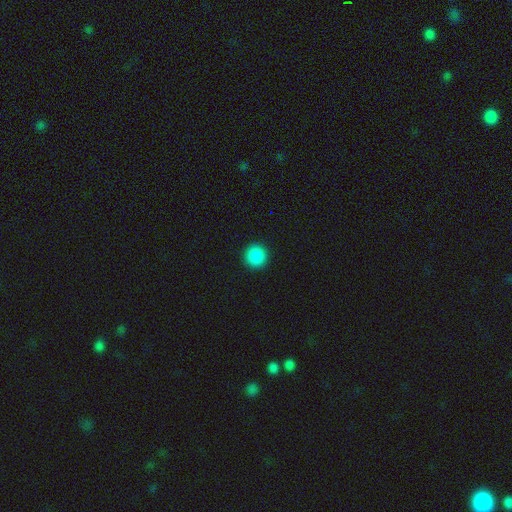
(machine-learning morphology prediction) Overall: smooth (88%). How rounded: round (95%). Merging: none (93%).